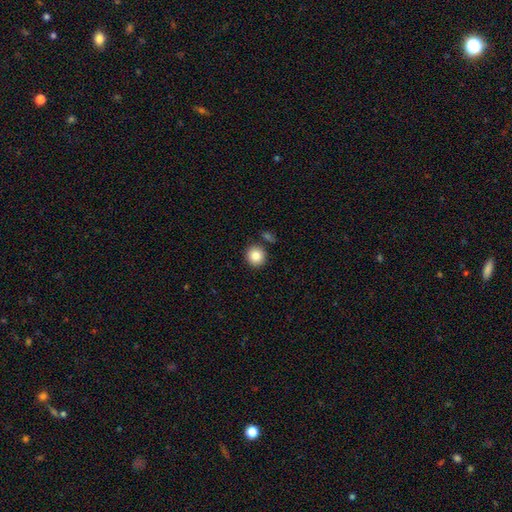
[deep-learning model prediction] Morphology: type=smooth (85%); roundness=round (91%); merging=none (85%).